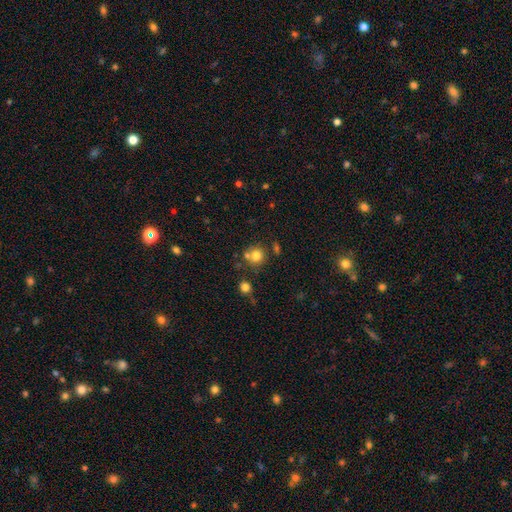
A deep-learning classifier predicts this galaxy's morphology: Smooth or featured: smooth — 77% (star or artifact — 13%)
How rounded: round — 88% (in between — 11%)
Merging: none — 64% (merger — 21%)